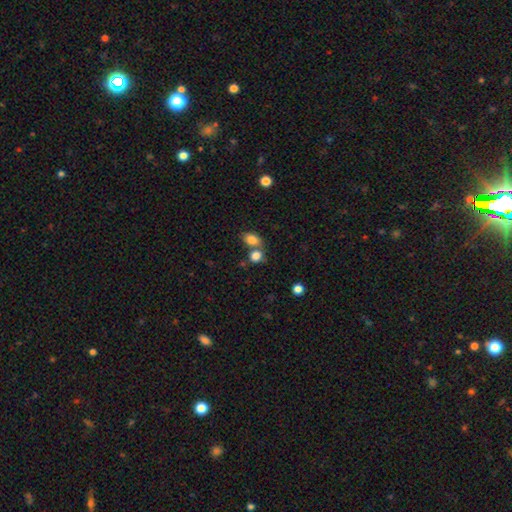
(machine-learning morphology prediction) A smooth galaxy with no disk features (83%) that is in between round and cigar-shaped (56%).

Vote fractions:
- Smooth or featured? smooth: 83% / star or artifact: 10% / featured or disk: 7%
- How rounded? in between: 56% / round: 42% / cigar-shaped: 2%
- Merging? none: 47% / merger: 40% / minor disturbance: 9% / major disturbance: 4%